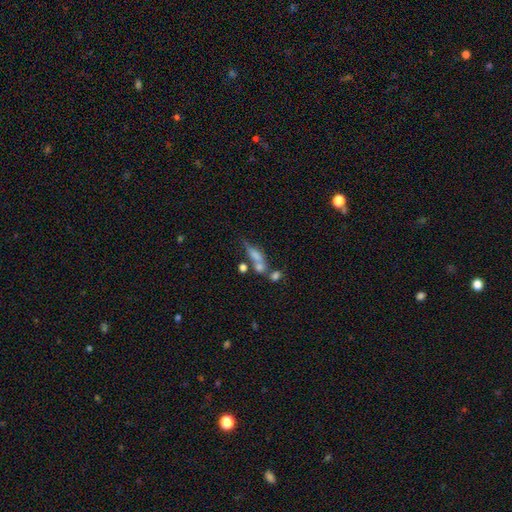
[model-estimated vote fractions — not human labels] This is possibly a smooth galaxy (48%). Merging: marginally merger (39%).